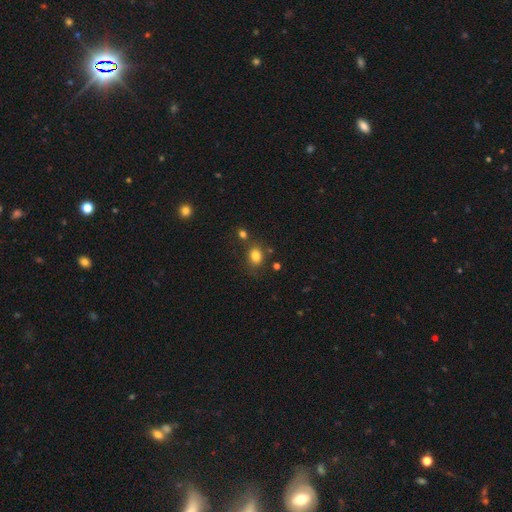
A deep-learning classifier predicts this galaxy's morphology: Smooth or featured? Predicted: smooth (p=0.81). How rounded? Predicted: in between (p=0.60). Merging? Predicted: none (p=0.70).